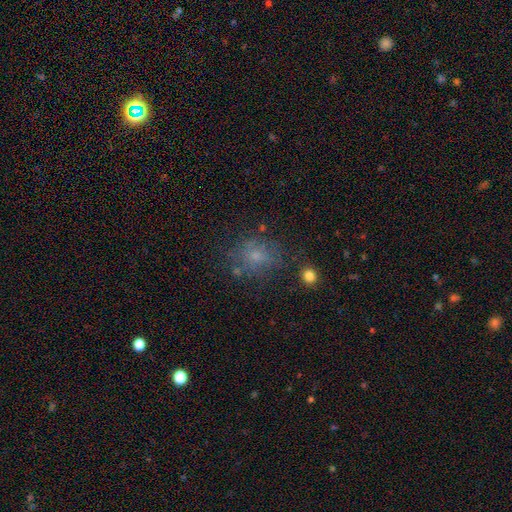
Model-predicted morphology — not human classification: Overall: smooth (61%). How rounded: round (66%; in between 33%). Merging: none (66%).